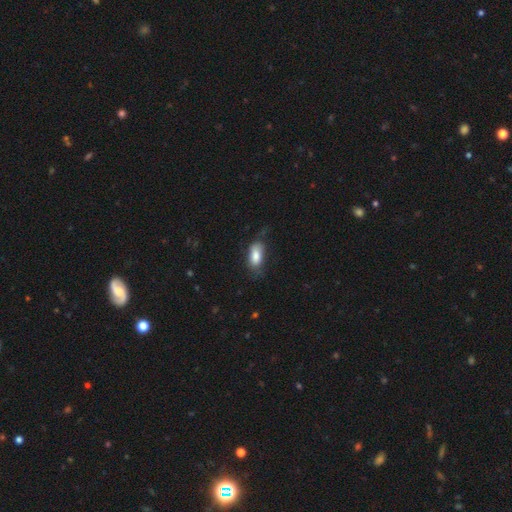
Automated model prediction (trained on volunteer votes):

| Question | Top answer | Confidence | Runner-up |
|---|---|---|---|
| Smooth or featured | smooth | 80% | featured or disk (13%) |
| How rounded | in between | 88% | cigar-shaped (8%) |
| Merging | none | 58% | minor disturbance (28%) |